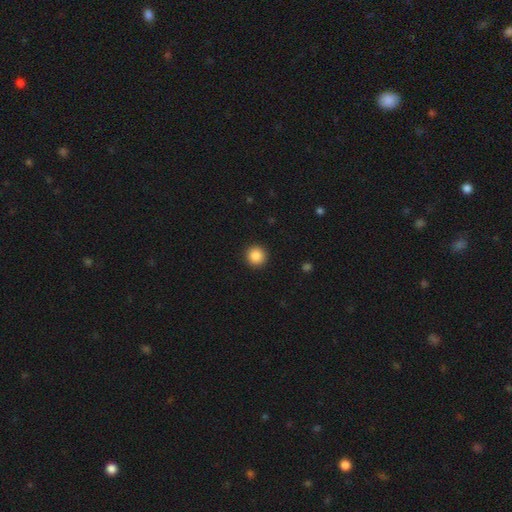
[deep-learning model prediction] This is clearly a smooth galaxy (87%). How rounded: clearly round (95%). Merging: clearly none (93%).